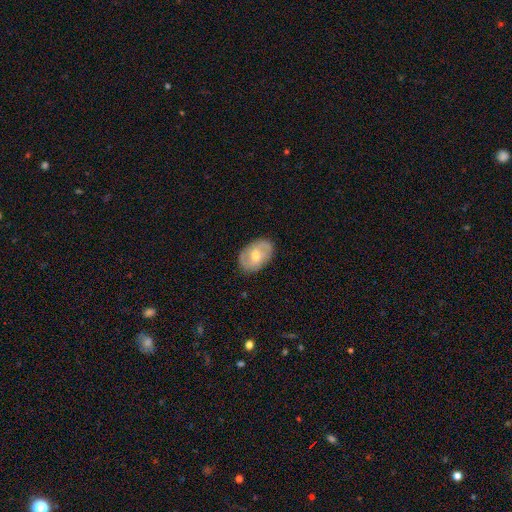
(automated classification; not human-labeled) Morphology: type=featured or disk (63%); edge-on=no (95%); bar=no (48%); spiral arms=yes (78%); bulge=moderate (67%); merging=none (82%).